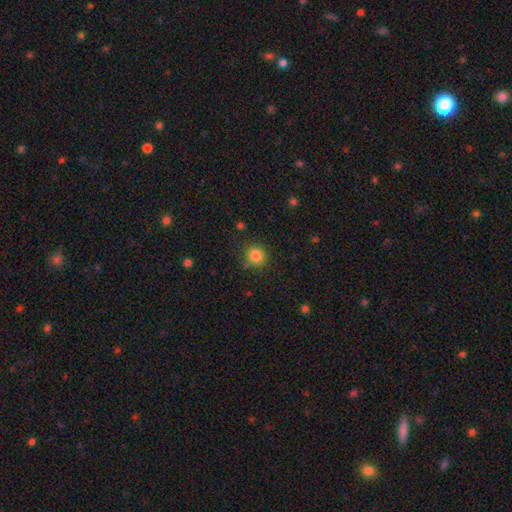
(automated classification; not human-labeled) smooth_or_featured: smooth (p=0.84) [alt: star or artifact p=0.11]
how_rounded: round (p=0.90) [alt: in between p=0.09]
merging: none (p=0.83) [alt: minor disturbance p=0.11]